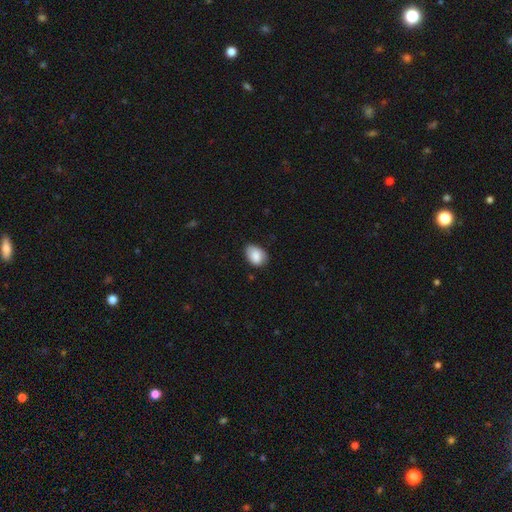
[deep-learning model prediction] A smooth galaxy with no disk features (86%) that is in between round and cigar-shaped (81%).

Vote fractions:
- Smooth or featured? smooth: 86% / featured or disk: 7% / star or artifact: 7%
- How rounded? in between: 81% / round: 18% / cigar-shaped: 1%
- Merging? none: 71% / minor disturbance: 24% / major disturbance: 4% / merger: 1%